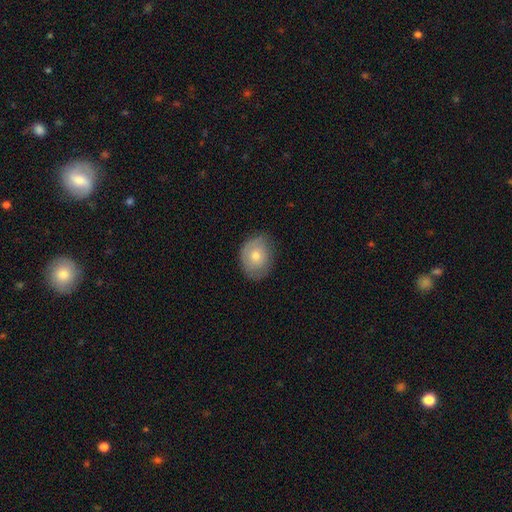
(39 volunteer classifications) smooth 51%, featured or disk 38%, star or artifact 10%. Down the decision tree: how rounded — in between (65%); merging — none (77%).